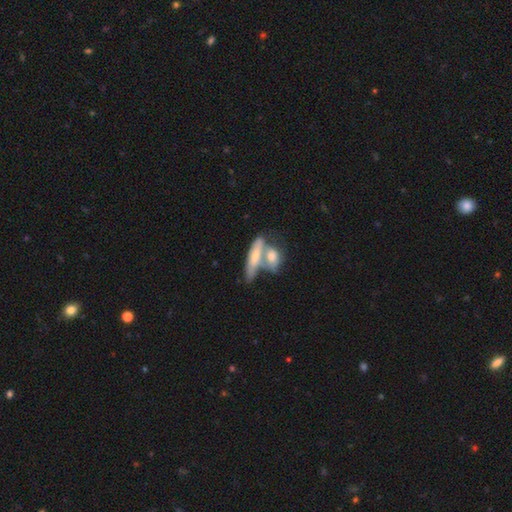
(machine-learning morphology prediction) This is possibly a smooth galaxy (52%). How rounded: possibly in between (49%). Merging: possibly merger (57%).